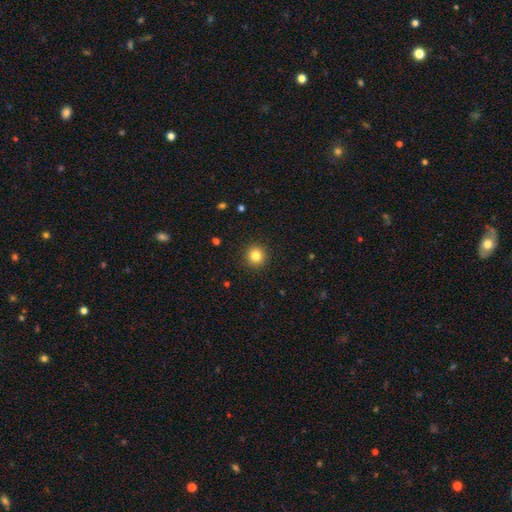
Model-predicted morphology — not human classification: A smooth galaxy with no disk features (82%) that is round (94%). Merging: none (92%).